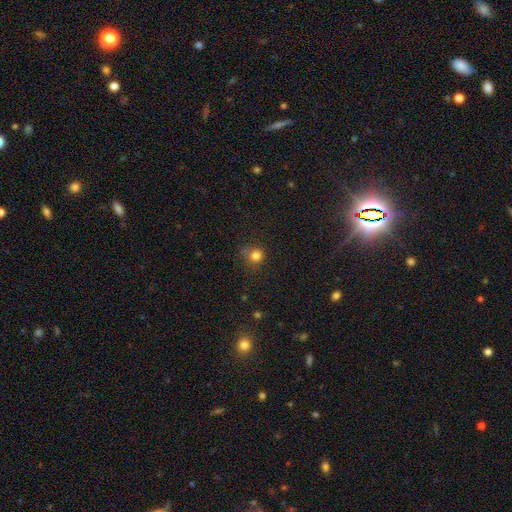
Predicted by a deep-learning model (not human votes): A smooth galaxy with no disk features (81%) that is round (89%).

Vote fractions:
- Smooth or featured? smooth: 81% / star or artifact: 14% / featured or disk: 5%
- How rounded? round: 89% / in between: 10% / cigar-shaped: 1%
- Merging? none: 70% / minor disturbance: 20% / major disturbance: 7% / merger: 4%